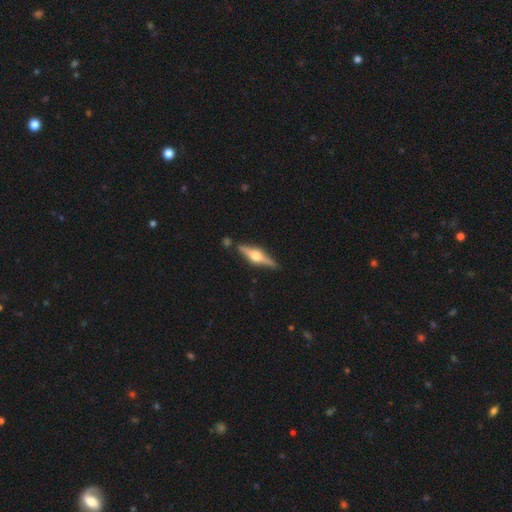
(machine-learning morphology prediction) This is likely a featured or disk galaxy (76%). It is clearly viewed edge-on (97%). Edge-on bulge: clearly rounded (94%). Merging: clearly none (85%).